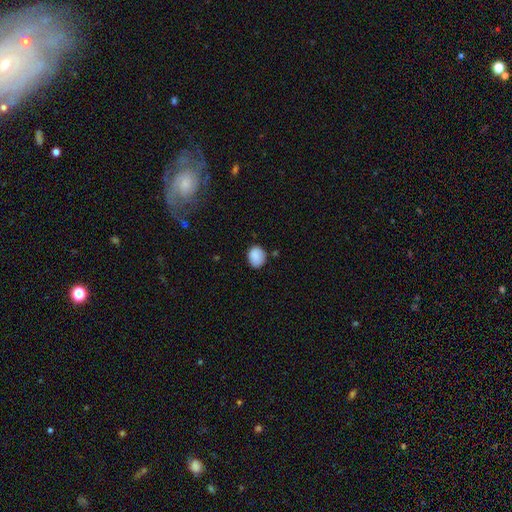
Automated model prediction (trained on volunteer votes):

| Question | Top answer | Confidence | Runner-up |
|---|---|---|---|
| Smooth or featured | smooth | 88% | star or artifact (8%) |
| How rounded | in between | 50% | round (49%) |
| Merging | none | 74% | minor disturbance (20%) |